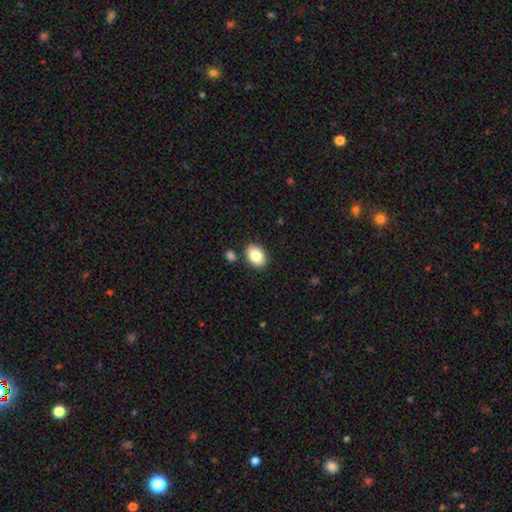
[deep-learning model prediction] A smooth galaxy with no disk features (84%) that is in between round and cigar-shaped (80%). Merging: none (84%).